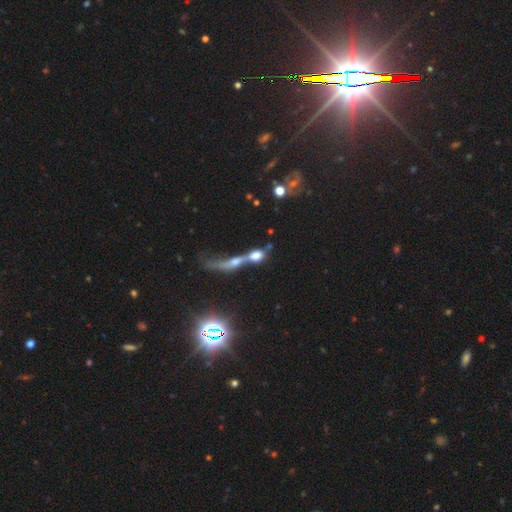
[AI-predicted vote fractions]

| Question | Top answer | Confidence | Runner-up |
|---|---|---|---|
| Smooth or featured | smooth | 52% | featured or disk (32%) |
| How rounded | in between | 42% | round (37%) |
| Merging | merger | 69% | none (16%) |